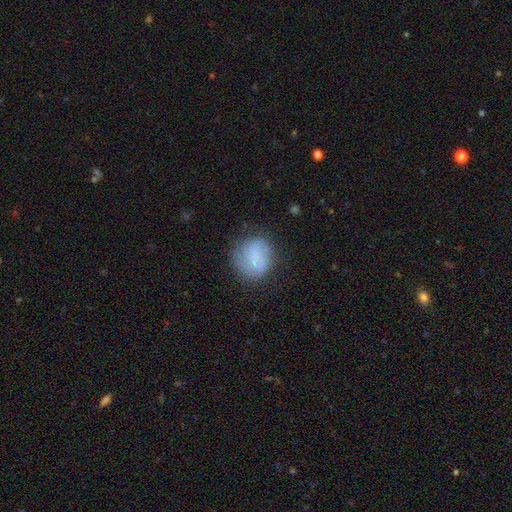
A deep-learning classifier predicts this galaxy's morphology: The model was most divided on "smooth or featured": smooth: 66%, featured or disk: 26%, star or artifact: 8%. More confident: how rounded — round (72%); merging — none (68%).